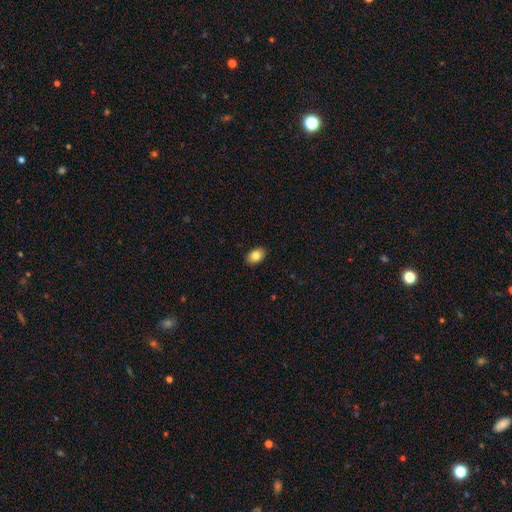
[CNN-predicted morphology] smooth 84%, star or artifact 8%, featured or disk 8%. Down the decision tree: how rounded — in between (84%); merging — none (90%).